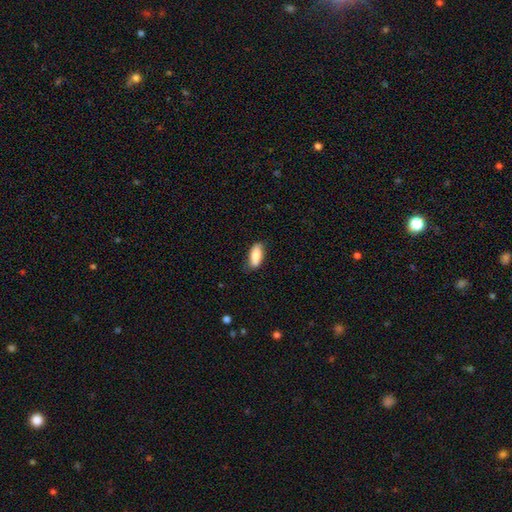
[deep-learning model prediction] Q: Smooth or featured?
A: smooth (84%); runner-up: featured or disk (10%)
Q: How rounded?
A: in between (82%); runner-up: cigar-shaped (16%)
Q: Merging?
A: none (76%); runner-up: minor disturbance (19%)